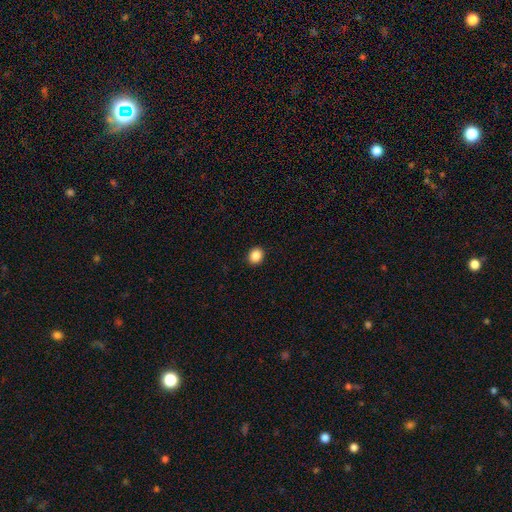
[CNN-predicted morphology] Smooth or featured? Predicted: smooth (p=0.88). How rounded? Predicted: round (p=0.69). Merging? Predicted: none (p=0.92).